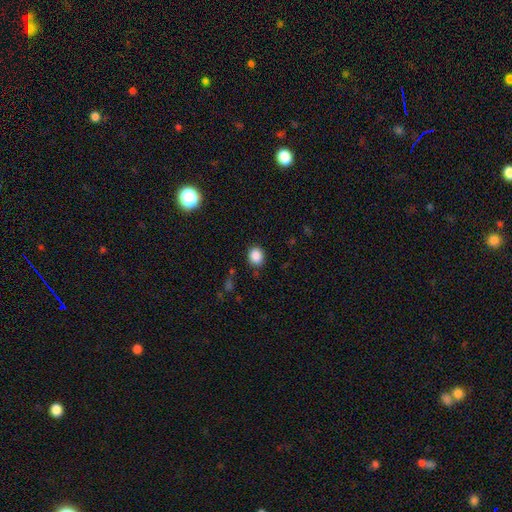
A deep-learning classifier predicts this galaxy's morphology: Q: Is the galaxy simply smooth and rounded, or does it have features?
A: smooth — 87%.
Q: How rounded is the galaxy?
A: round — 69%.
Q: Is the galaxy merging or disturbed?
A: none — 87%.